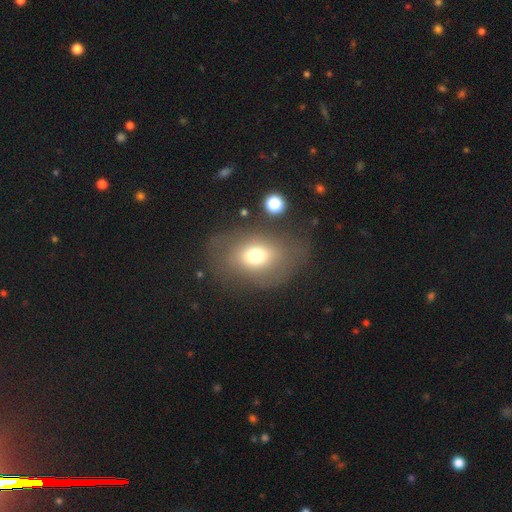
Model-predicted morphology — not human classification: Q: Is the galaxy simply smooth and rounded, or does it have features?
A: smooth — 64%.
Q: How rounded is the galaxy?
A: in between — 71%.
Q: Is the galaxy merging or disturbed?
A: none — 61%.